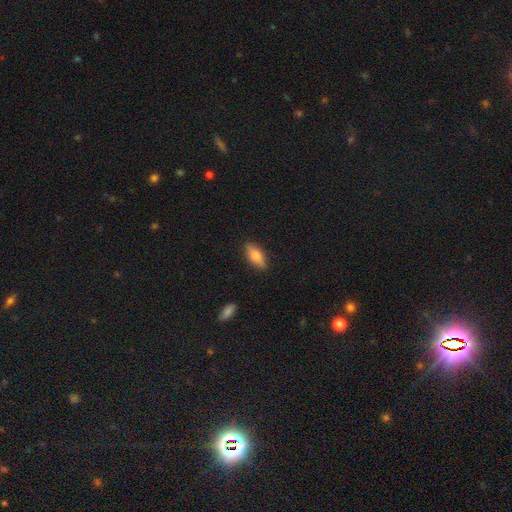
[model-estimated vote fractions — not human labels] A smooth galaxy with no disk features (70%) that is in between round and cigar-shaped (75%). Merging: none (86%).